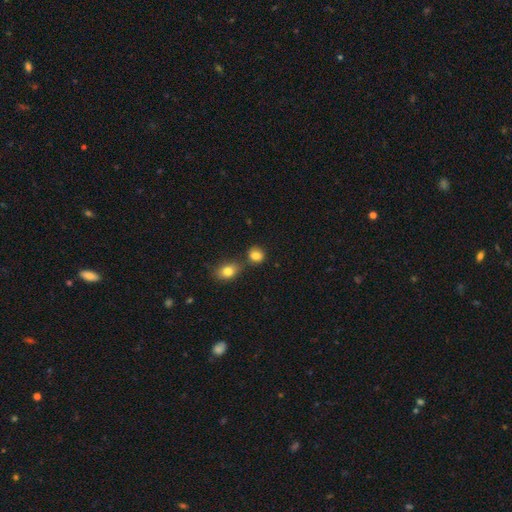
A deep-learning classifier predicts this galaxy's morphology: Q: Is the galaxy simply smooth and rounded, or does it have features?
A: smooth — 83%.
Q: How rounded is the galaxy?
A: round — 71%.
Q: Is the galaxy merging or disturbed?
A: none — 67%.